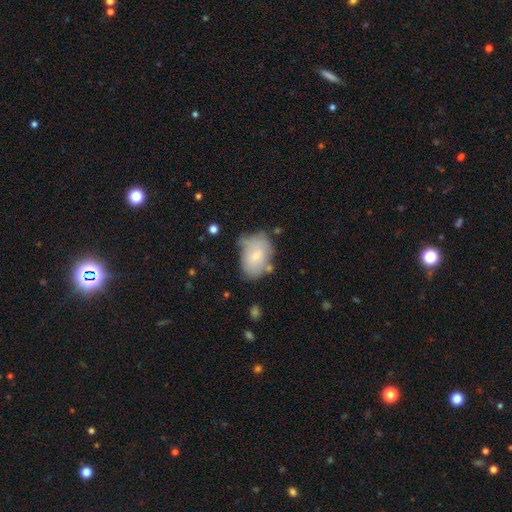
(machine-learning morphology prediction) Smooth or featured?
  - smooth: 72% *
  - featured or disk: 21%
  - star or artifact: 7%
How rounded?
  - in between: 84% *
  - round: 15%
  - cigar-shaped: 1%
Merging?
  - none: 54% *
  - minor disturbance: 30%
  - major disturbance: 9%
  - merger: 7%